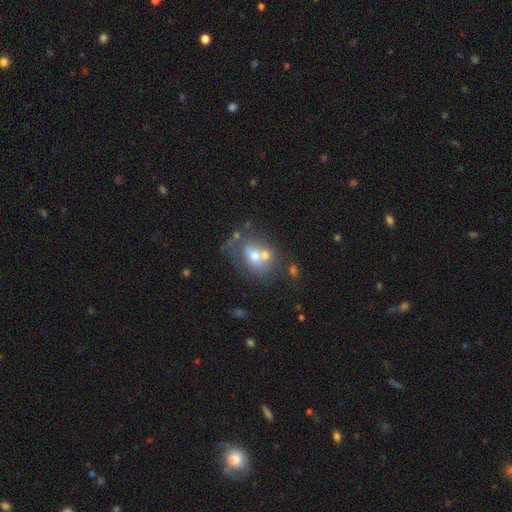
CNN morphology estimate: Smooth or featured? smooth (51%)
How rounded? in between (61%)
Merging? merger (40%)